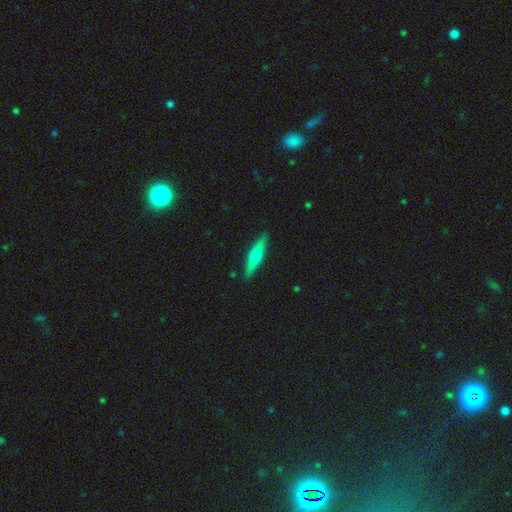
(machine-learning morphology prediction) The model was most divided on "smooth or featured": featured or disk: 51%, smooth: 44%, star or artifact: 6%. More confident: edge-on disk — yes (94%); merging — none (90%).